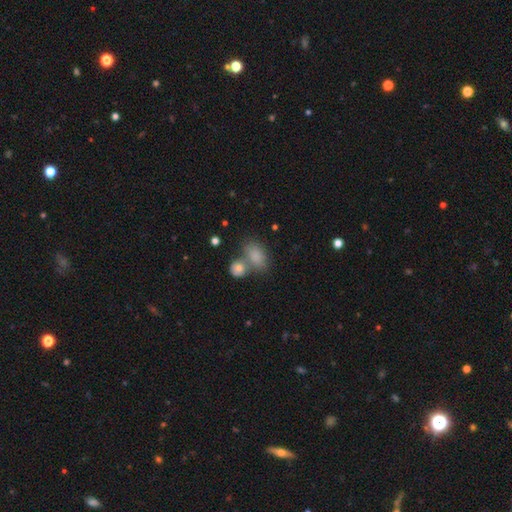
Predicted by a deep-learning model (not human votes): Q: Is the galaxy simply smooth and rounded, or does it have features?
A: smooth — 82%.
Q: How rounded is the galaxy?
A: in between — 84%.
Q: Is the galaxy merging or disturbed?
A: none — 40%, tied with merger.